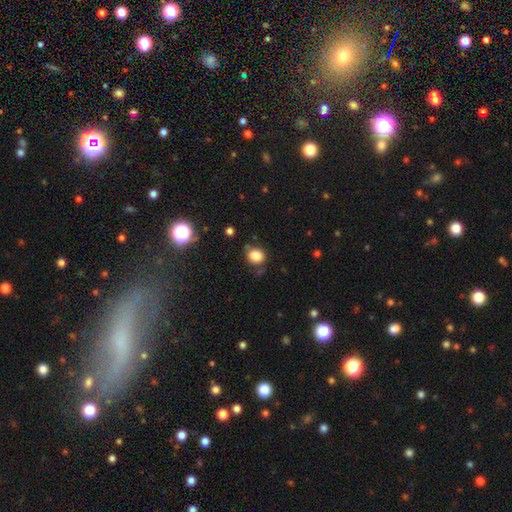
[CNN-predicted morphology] type=smooth (82%); roundness=round (73%); merging=none (74%).